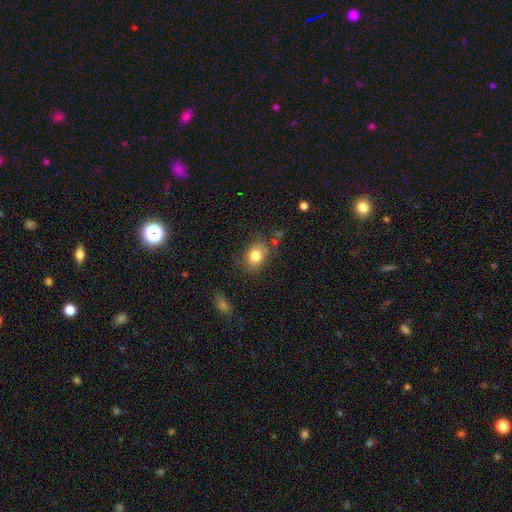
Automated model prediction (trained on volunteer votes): Morphology: type=smooth (81%); roundness=in between (55%); merging=none (74%).